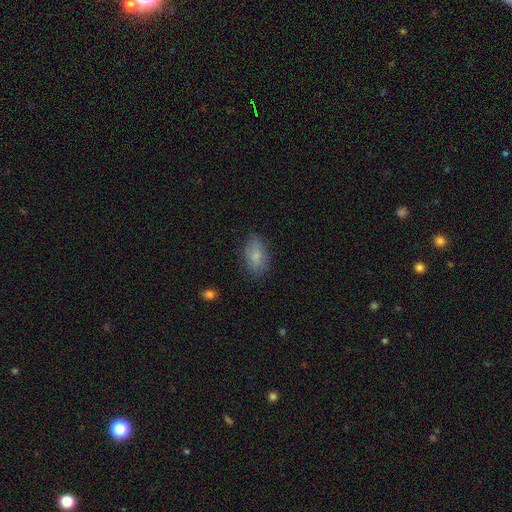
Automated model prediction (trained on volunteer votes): Q: Smooth or featured?
A: smooth (79%); runner-up: featured or disk (13%)
Q: How rounded?
A: in between (90%); runner-up: round (7%)
Q: Merging?
A: none (76%); runner-up: minor disturbance (18%)